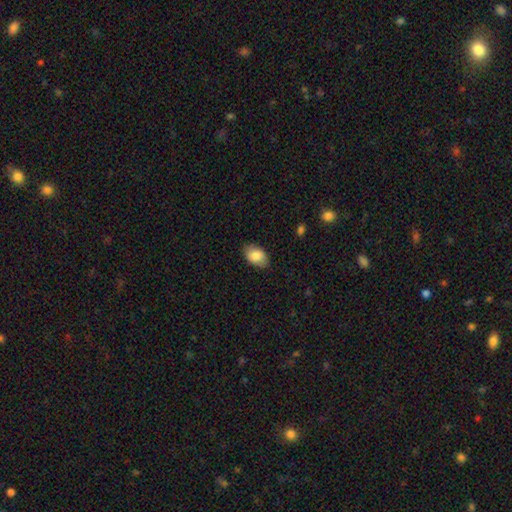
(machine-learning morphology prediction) Smooth or featured?
  - smooth: 83% *
  - featured or disk: 10%
  - star or artifact: 7%
How rounded?
  - in between: 90% *
  - round: 9%
  - cigar-shaped: 1%
Merging?
  - none: 82% *
  - minor disturbance: 14%
  - major disturbance: 3%
  - merger: 1%